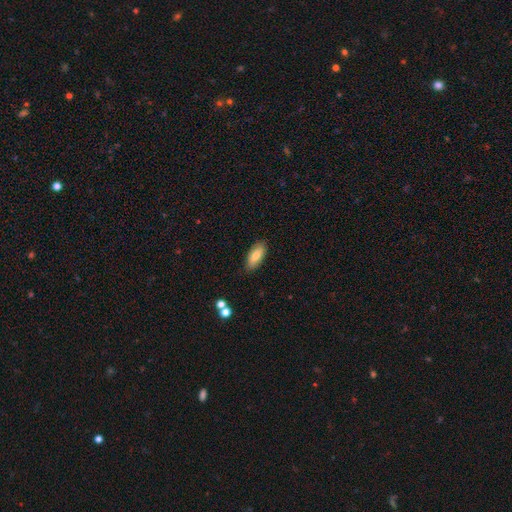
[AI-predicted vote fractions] Q: Smooth or featured?
A: smooth (77%); runner-up: featured or disk (16%)
Q: How rounded?
A: in between (83%); runner-up: cigar-shaped (15%)
Q: Merging?
A: none (85%); runner-up: minor disturbance (11%)